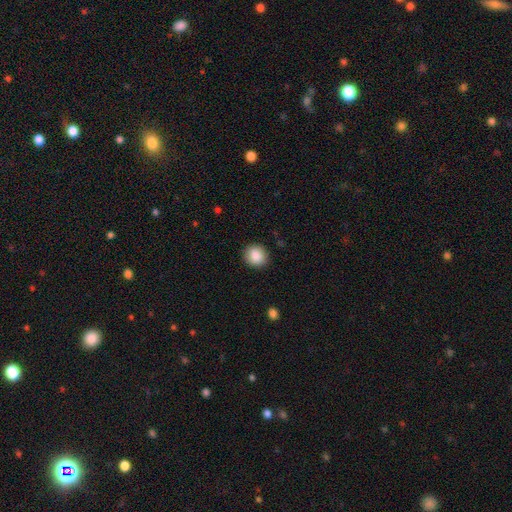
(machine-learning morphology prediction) smooth 88%, star or artifact 8%, featured or disk 4%. Down the decision tree: how rounded — round (84%); merging — none (89%).